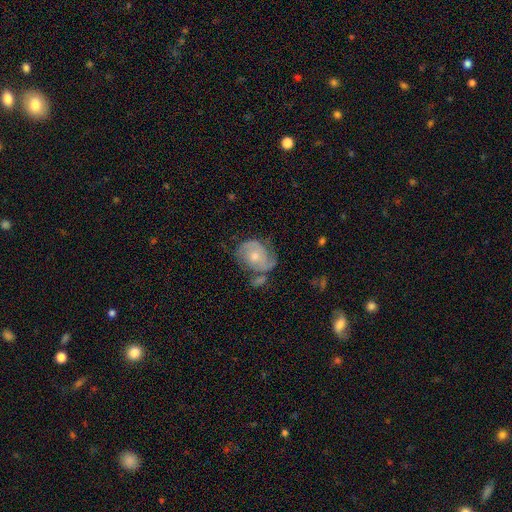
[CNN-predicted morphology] This is likely a featured or disk galaxy (70%). It is clearly not viewed edge-on (97%). Bar: likely no (75%). Spiral arm pattern: clearly yes (86%). Spiral arm count: likely 2 (66%). Spiral winding: marginally medium (41%). Central bulge: possibly moderate (51%). Merging: possibly none (47%).